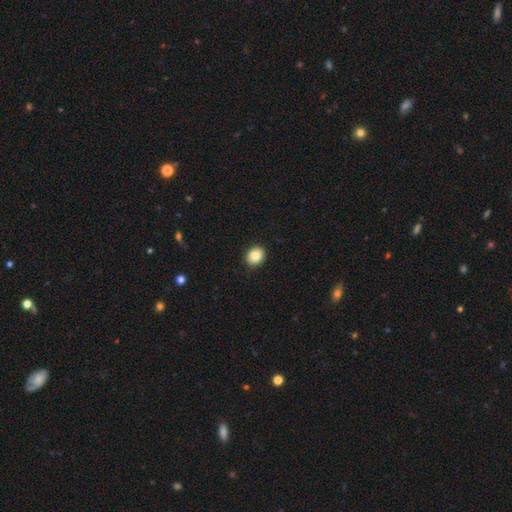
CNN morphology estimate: smooth-or-featured: smooth: 86% | star or artifact: 9% | featured or disk: 6%
  how-rounded: round: 57% | in between: 42% | cigar-shaped: 1%
  merging: none: 90% | minor disturbance: 7% | major disturbance: 2% | merger: 1%